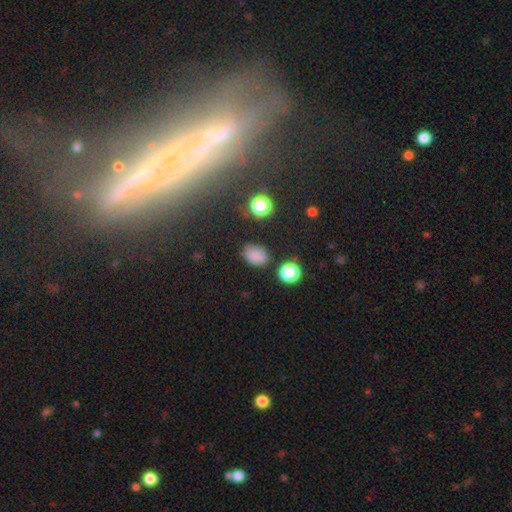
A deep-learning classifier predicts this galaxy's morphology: Q: Smooth or featured?
A: smooth (81%); runner-up: star or artifact (14%)
Q: How rounded?
A: in between (68%); runner-up: round (31%)
Q: Merging?
A: none (77%); runner-up: minor disturbance (15%)